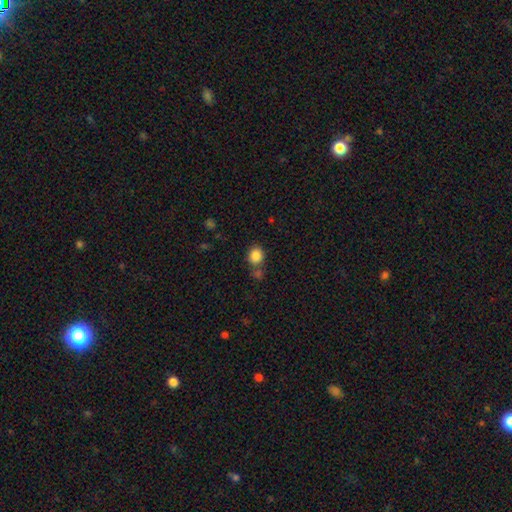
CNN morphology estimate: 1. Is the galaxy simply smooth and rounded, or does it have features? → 86% smooth, 10% star or artifact, 4% featured or disk.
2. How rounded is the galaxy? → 79% round, 20% in between, 1% cigar-shaped.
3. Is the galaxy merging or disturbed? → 67% none, 17% merger, 11% minor disturbance, 4% major disturbance.